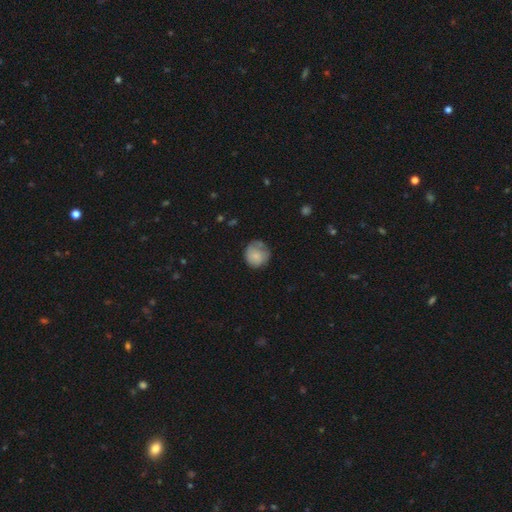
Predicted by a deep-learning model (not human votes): Smooth or featured?
  - smooth: 72% *
  - featured or disk: 20%
  - star or artifact: 7%
How rounded?
  - round: 87% *
  - in between: 12%
  - cigar-shaped: 1%
Merging?
  - none: 59% *
  - minor disturbance: 29%
  - major disturbance: 10%
  - merger: 3%